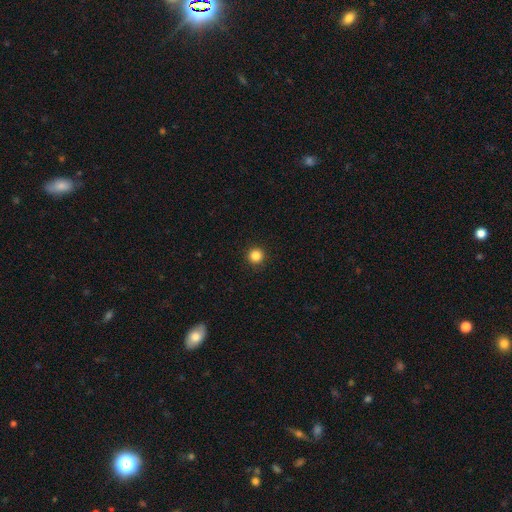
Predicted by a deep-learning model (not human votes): This is clearly a smooth galaxy (85%). How rounded: clearly round (96%). Merging: clearly none (93%).